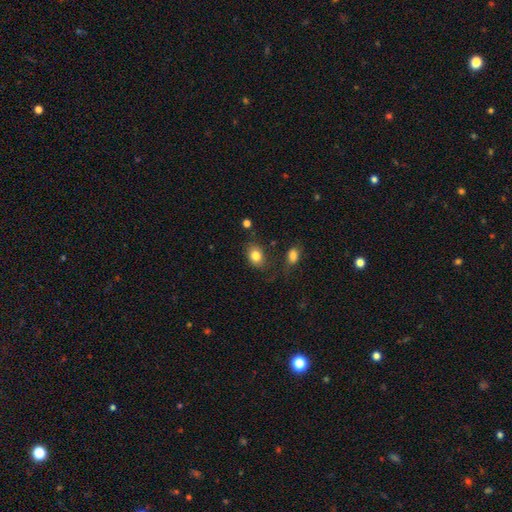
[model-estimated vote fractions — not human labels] This appears to be a smooth galaxy with no disk features (82%) that is in between round and cigar-shaped (64%). Merging: none (72%).